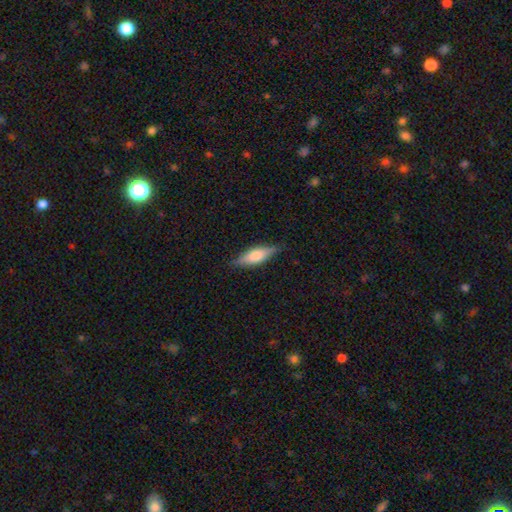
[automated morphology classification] smooth_or_featured: smooth (p=0.58) [alt: featured or disk p=0.36]
how_rounded: in between (p=0.51) [alt: cigar-shaped p=0.46]
merging: none (p=0.83) [alt: minor disturbance p=0.13]